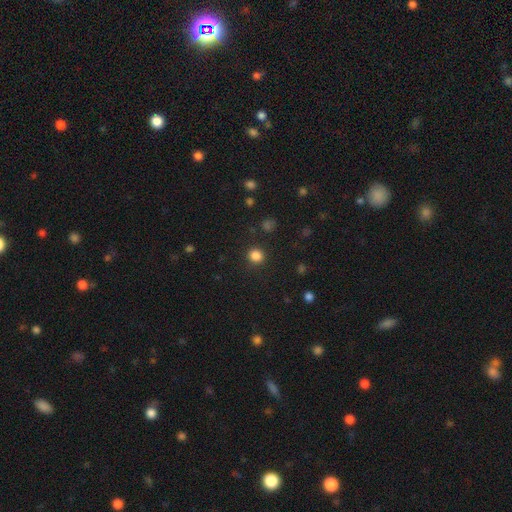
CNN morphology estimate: This is clearly a smooth galaxy (84%). How rounded: clearly round (91%). Merging: clearly none (90%).